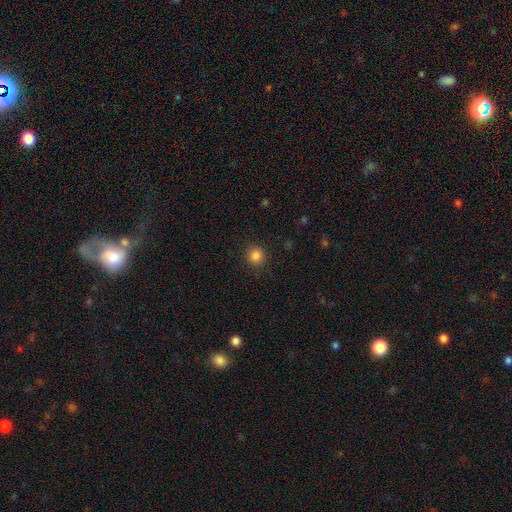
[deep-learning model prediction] Smooth or featured? smooth (84%)
How rounded? round (90%)
Merging? none (89%)